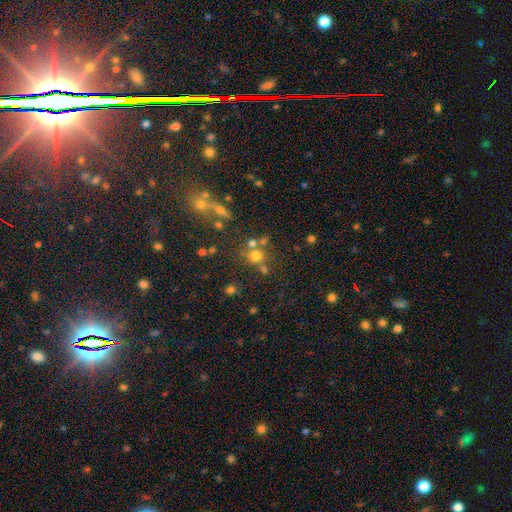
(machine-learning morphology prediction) smooth_or_featured: smooth (p=0.66) [alt: star or artifact p=0.21]
how_rounded: round (p=0.86) [alt: in between p=0.12]
merging: none (p=0.61) [alt: merger p=0.23]